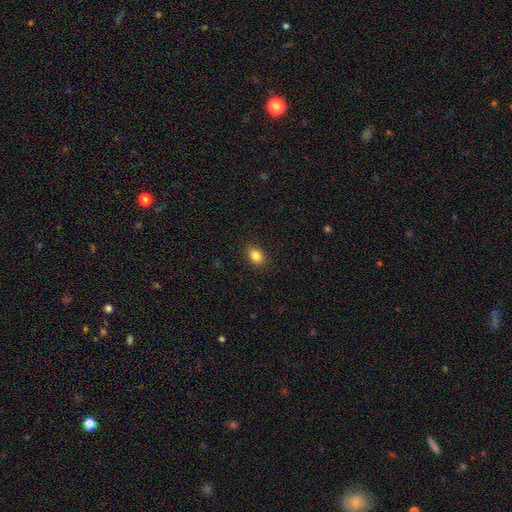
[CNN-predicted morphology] Smooth or featured? Predicted: smooth (p=0.85). How rounded? Predicted: in between (p=0.67). Merging? Predicted: none (p=0.88).